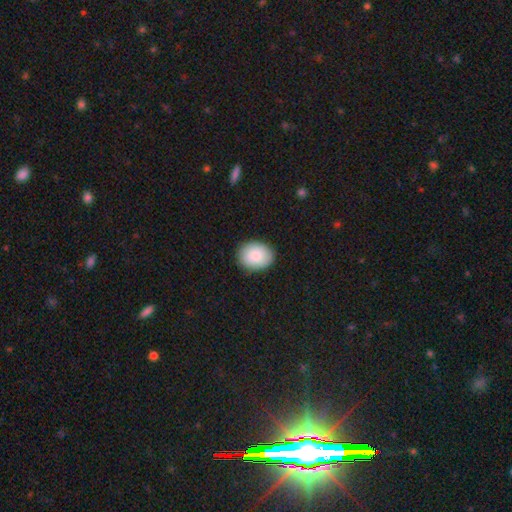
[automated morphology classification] Smooth or featured? Predicted: smooth (p=0.85). How rounded? Predicted: in between (p=0.55). Merging? Predicted: none (p=0.87).